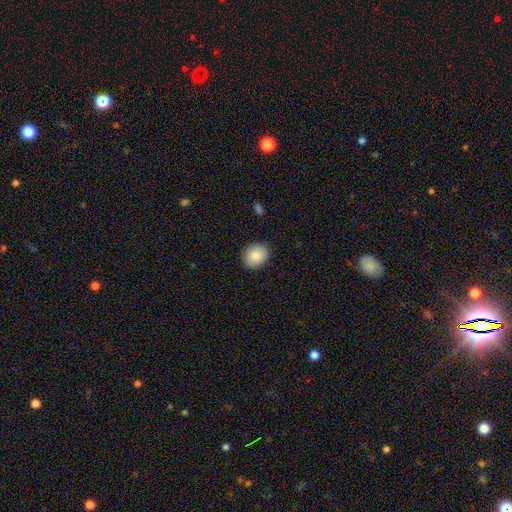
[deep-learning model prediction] A smooth galaxy with no disk features (87%) that is round (62%).

Vote fractions:
- Smooth or featured? smooth: 87% / star or artifact: 7% / featured or disk: 6%
- How rounded? round: 62% / in between: 37% / cigar-shaped: 1%
- Merging? none: 89% / minor disturbance: 8% / major disturbance: 2% / merger: 1%